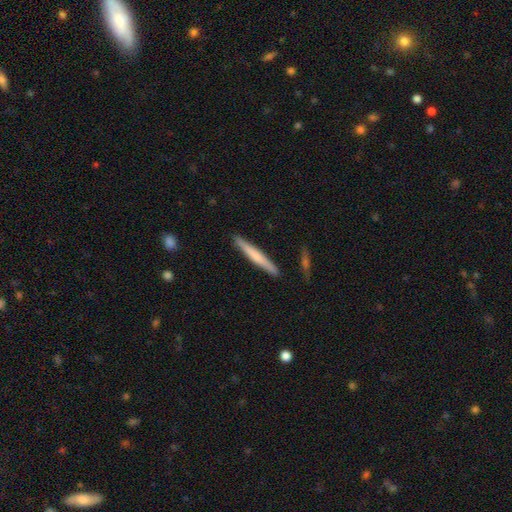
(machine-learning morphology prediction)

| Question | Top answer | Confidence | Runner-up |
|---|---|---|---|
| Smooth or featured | smooth | 59% | featured or disk (36%) |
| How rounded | cigar-shaped | 96% | in between (3%) |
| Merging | none | 89% | minor disturbance (8%) |